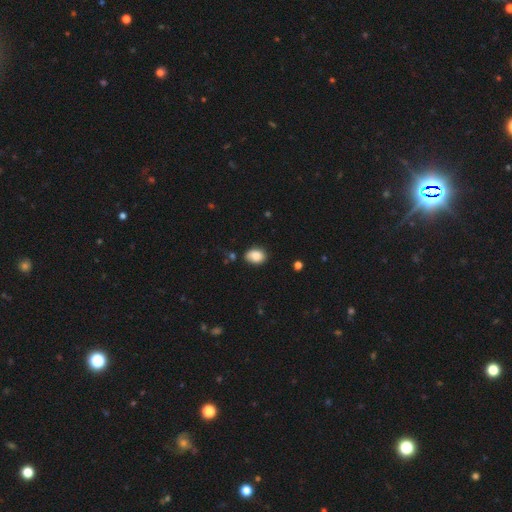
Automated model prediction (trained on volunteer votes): smooth 87%, star or artifact 8%, featured or disk 5%. Down the decision tree: how rounded — in between (78%); merging — none (74%).